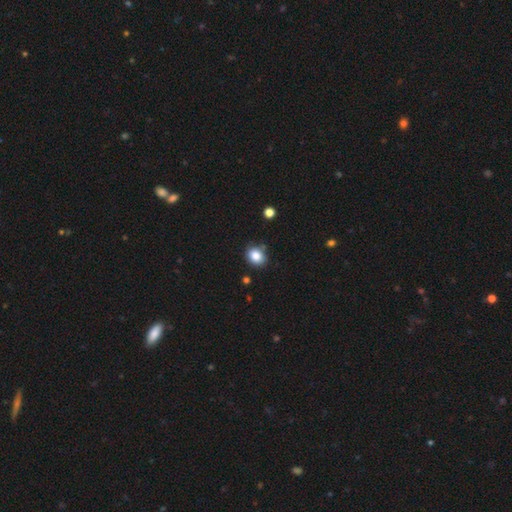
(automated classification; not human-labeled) Smooth or featured? Predicted: smooth (p=0.85). How rounded? Predicted: round (p=0.57). Merging? Predicted: none (p=0.79).